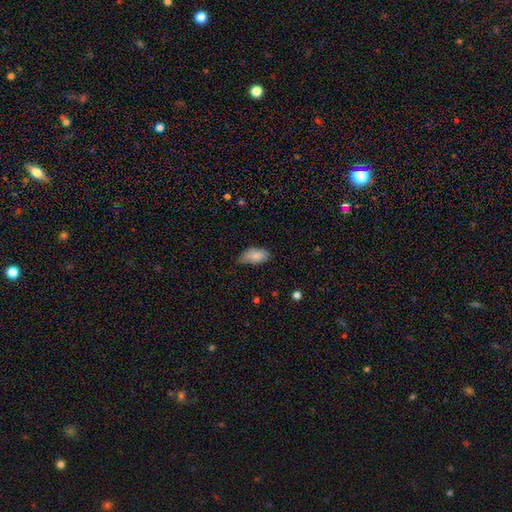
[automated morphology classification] This is clearly a smooth galaxy (84%). How rounded: clearly in between (93%). Merging: possibly none (50%).